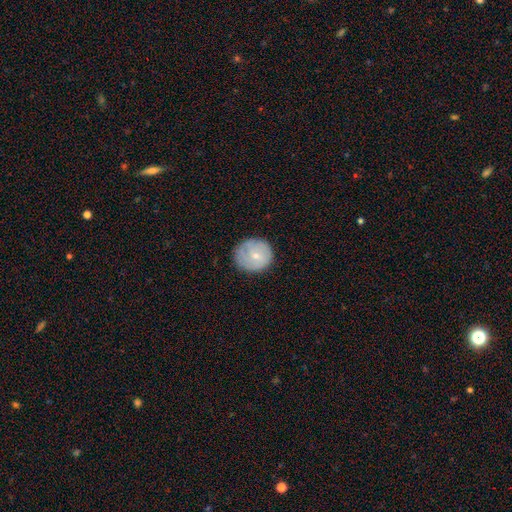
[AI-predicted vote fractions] Morphology: type=smooth (60%); roundness=round (87%); merging=none (76%).